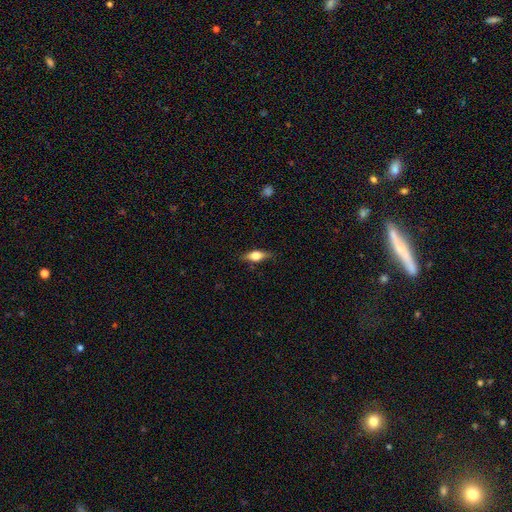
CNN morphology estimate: A smooth galaxy with no disk features (55%) that is in between round and cigar-shaped (66%).

Vote fractions:
- Smooth or featured? smooth: 55% / featured or disk: 37% / star or artifact: 8%
- How rounded? in between: 66% / cigar-shaped: 27% / round: 7%
- Merging? none: 79% / minor disturbance: 16% / major disturbance: 4% / merger: 1%